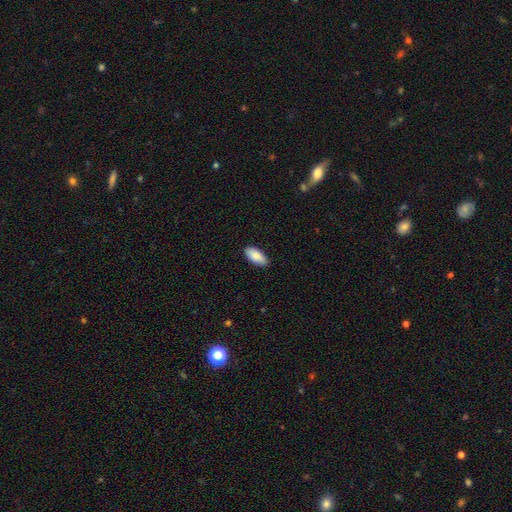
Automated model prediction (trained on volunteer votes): Q: Smooth or featured?
A: smooth (85%); runner-up: featured or disk (9%)
Q: How rounded?
A: in between (91%); runner-up: cigar-shaped (7%)
Q: Merging?
A: none (85%); runner-up: minor disturbance (12%)